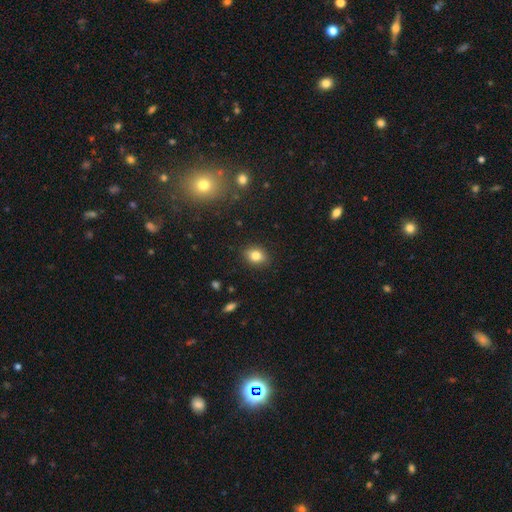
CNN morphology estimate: Smooth or featured?
  - smooth: 81% *
  - star or artifact: 10%
  - featured or disk: 8%
How rounded?
  - in between: 62% *
  - round: 37%
  - cigar-shaped: 1%
Merging?
  - none: 88% *
  - minor disturbance: 9%
  - major disturbance: 2%
  - merger: 1%